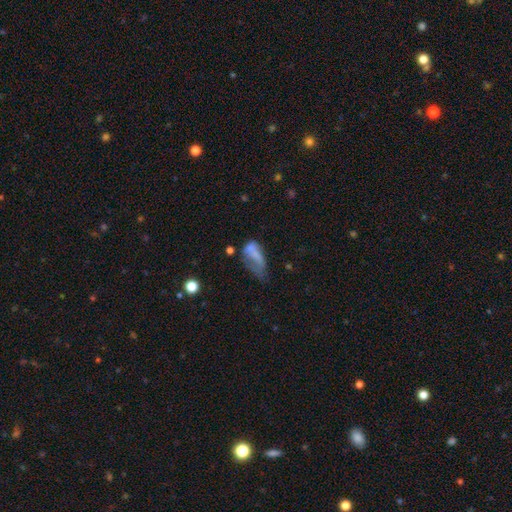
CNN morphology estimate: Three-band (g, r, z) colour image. It shows a smooth galaxy with no disk features (56%) that is in between round and cigar-shaped (85%). Merging: major disturbance (45%).